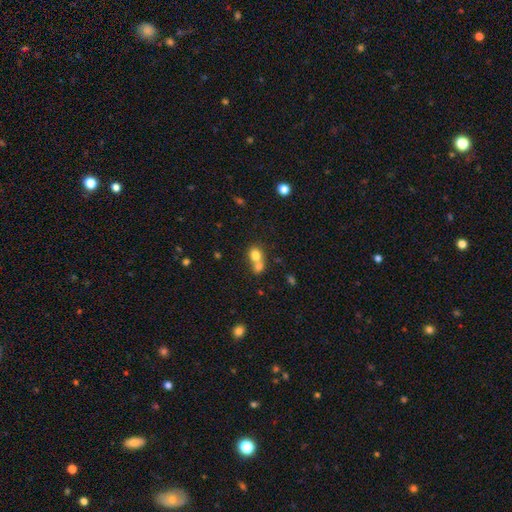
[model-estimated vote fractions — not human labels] The model was most divided on "how rounded": round: 65%, in between: 33%, cigar-shaped: 1%. More confident: smooth or featured — smooth (76%); merging — merger (65%).